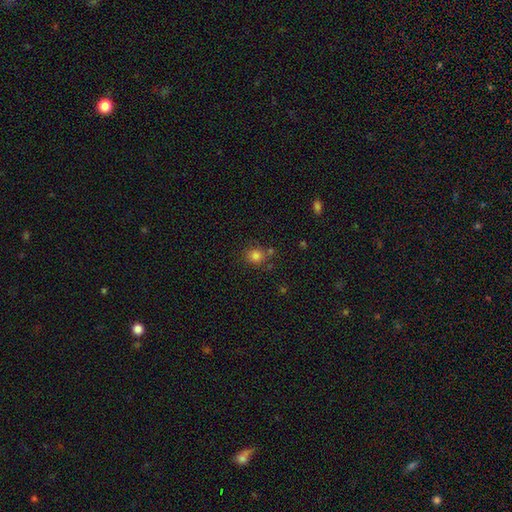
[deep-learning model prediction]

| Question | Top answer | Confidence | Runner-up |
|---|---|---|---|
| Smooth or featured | smooth | 81% | star or artifact (13%) |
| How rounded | round | 83% | in between (16%) |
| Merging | none | 70% | minor disturbance (14%) |